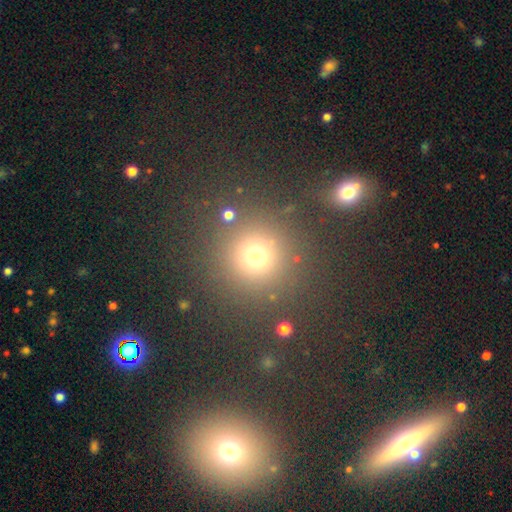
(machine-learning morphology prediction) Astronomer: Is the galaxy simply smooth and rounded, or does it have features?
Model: smooth — 70%.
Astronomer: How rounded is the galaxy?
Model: round — 94%.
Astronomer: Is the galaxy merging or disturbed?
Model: none — 83%.